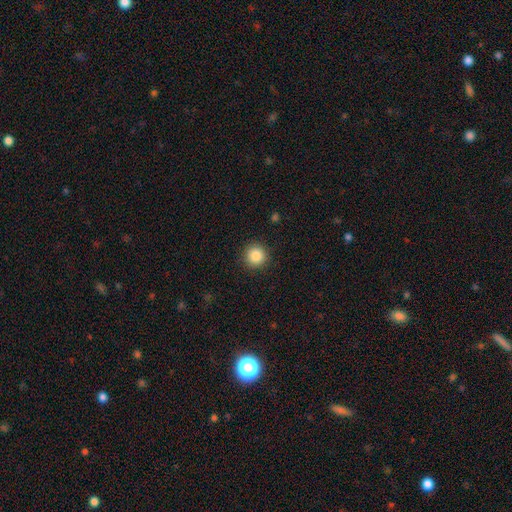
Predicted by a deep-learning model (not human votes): Morphology: type=smooth (86%); roundness=round (95%); merging=none (91%).